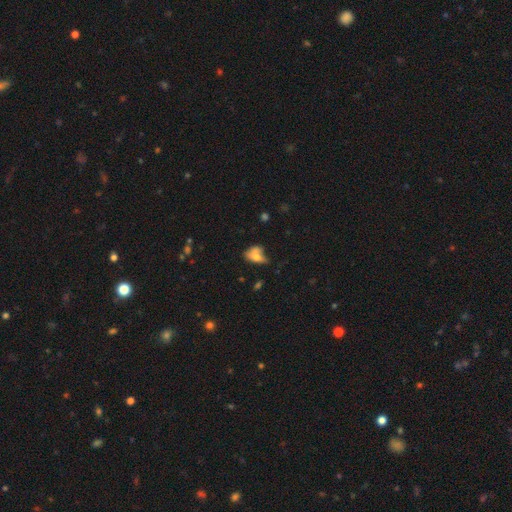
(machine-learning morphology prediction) This appears to be a smooth galaxy with no disk features (63%) that is in between round and cigar-shaped (79%). Merging: none (29%).